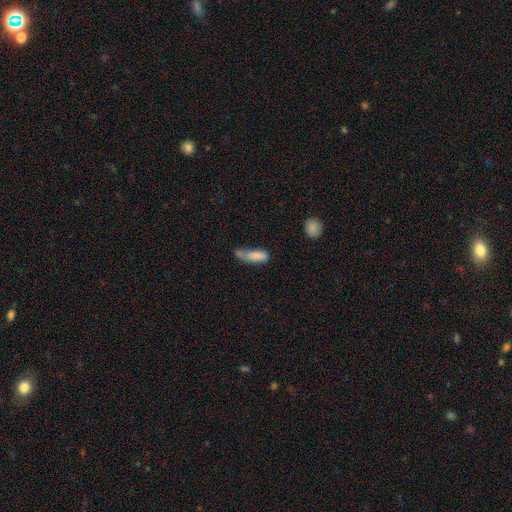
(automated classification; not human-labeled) Q: Smooth or featured?
A: smooth (78%); runner-up: featured or disk (14%)
Q: How rounded?
A: in between (53%); runner-up: cigar-shaped (44%)
Q: Merging?
A: minor disturbance (32%); runner-up: none (30%)